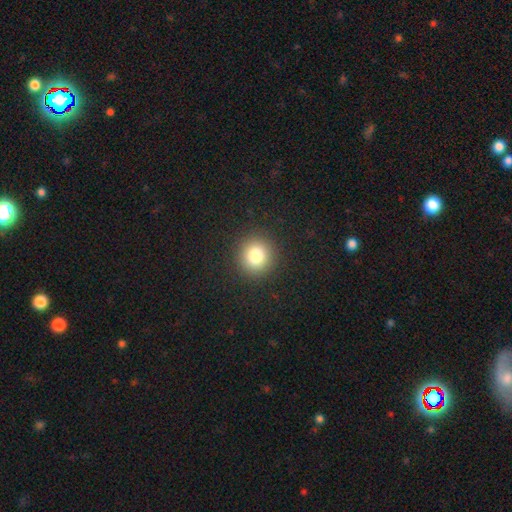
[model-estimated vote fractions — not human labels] The model was most divided on "smooth or featured": smooth: 81%, star or artifact: 12%, featured or disk: 7%. More confident: merging — none (91%); how rounded — round (91%).